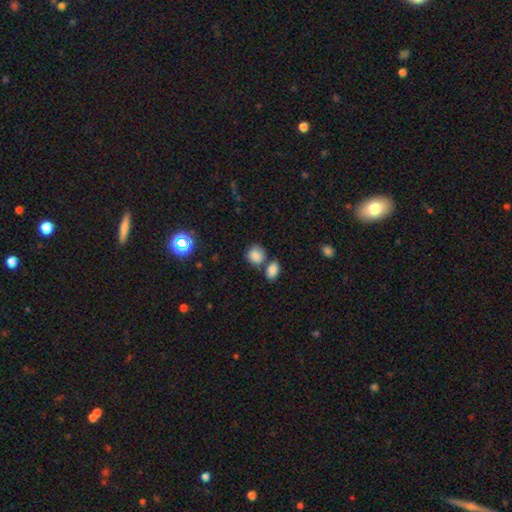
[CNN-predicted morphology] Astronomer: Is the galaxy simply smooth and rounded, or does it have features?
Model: smooth — 85%.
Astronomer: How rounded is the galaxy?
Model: round — 65%.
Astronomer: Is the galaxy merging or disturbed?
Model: none — 54%.